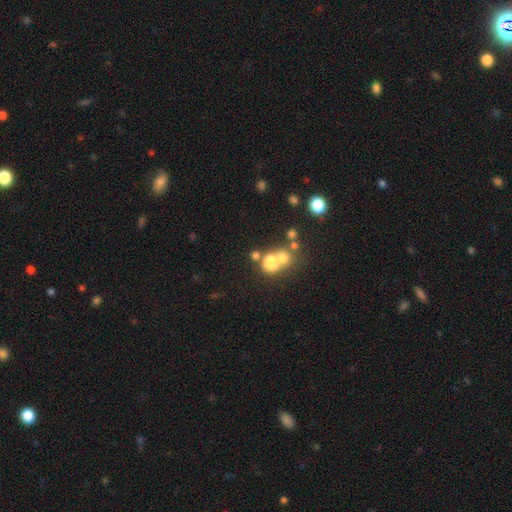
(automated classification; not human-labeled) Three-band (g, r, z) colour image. It shows a smooth galaxy with no disk features (47%). Merging: none (61%).